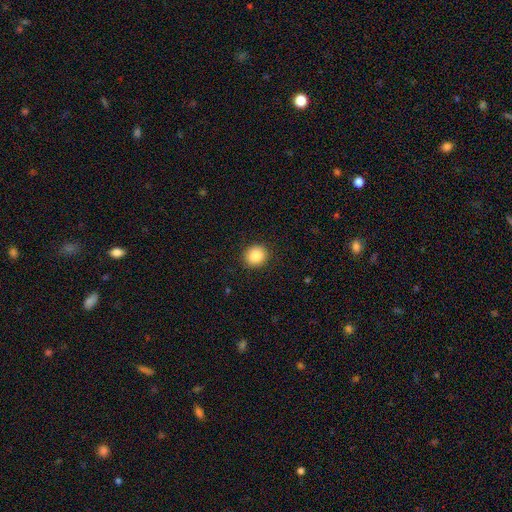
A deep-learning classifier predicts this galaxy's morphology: A smooth galaxy with no disk features (86%) that is round (85%). Merging: none (90%).